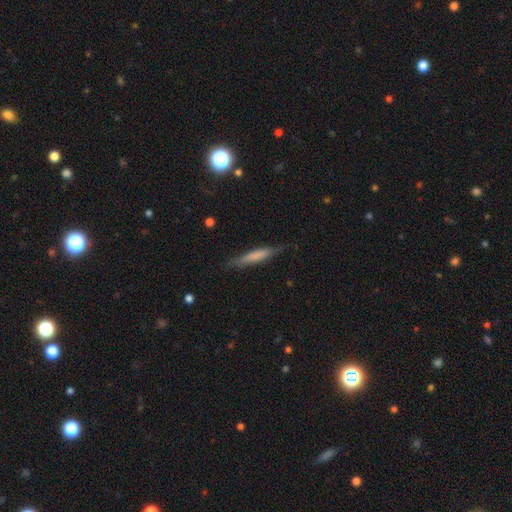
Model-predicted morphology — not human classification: Smooth or featured? smooth (61%)
How rounded? cigar-shaped (91%)
Merging? none (82%)